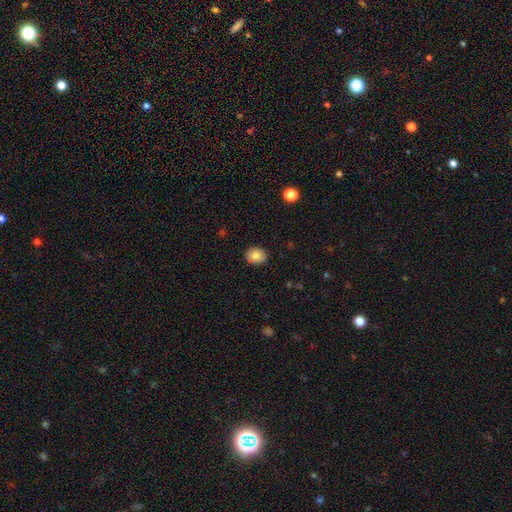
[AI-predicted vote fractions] The model was most divided on "how rounded": round: 59%, in between: 40%, cigar-shaped: 1%. More confident: merging — none (89%); smooth or featured — smooth (84%).